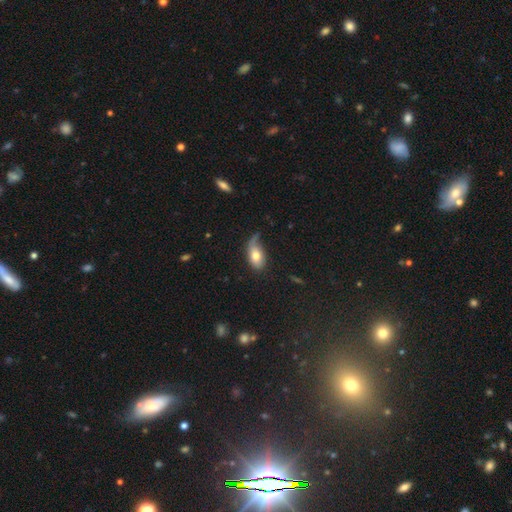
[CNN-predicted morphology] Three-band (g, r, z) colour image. It shows a smooth galaxy with no disk features (70%) that is in between round and cigar-shaped (89%). Merging: none (37%).